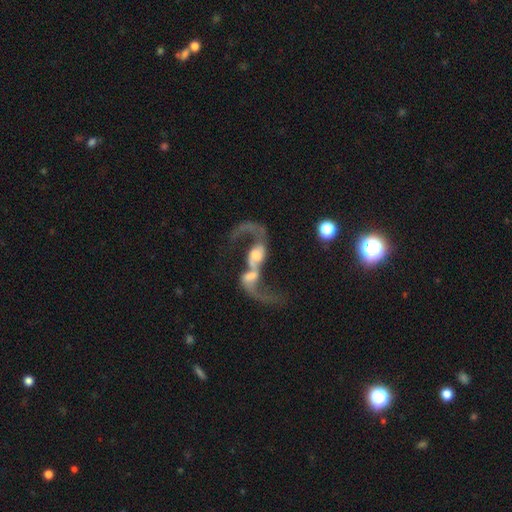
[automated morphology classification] Smooth or featured? featured or disk (79%)
Edge-on disk? no (95%)
Bar? no (53%)
Spiral arms? yes (86%)
Spiral winding? loose (87%)
Spiral arm count? 2 (82%)
Bulge size? moderate (45%)
Merging? merger (72%)